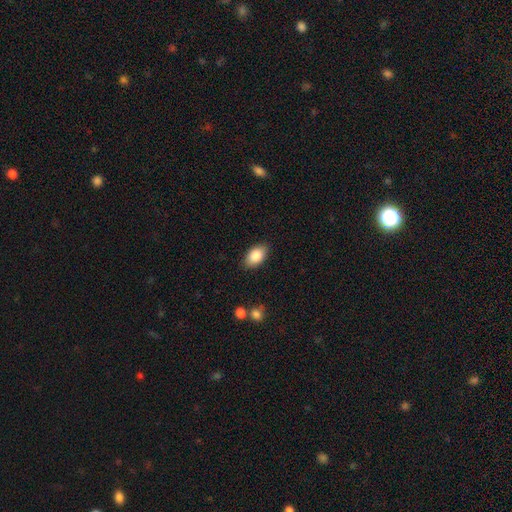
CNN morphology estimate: Overall: smooth (85%). How rounded: in between (91%). Merging: none (86%).